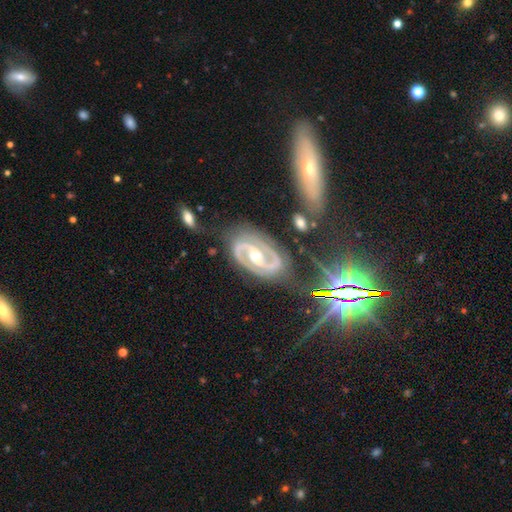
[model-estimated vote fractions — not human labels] Smooth or featured: featured or disk — 88% (star or artifact — 7%)
Edge-on disk: no — 96% (yes — 4%)
Bar: strong — 46% (weak — 31%)
Spiral arms: yes — 95% (no — 5%)
Spiral winding: medium — 48% (tight — 39%)
Spiral arm count: 2 — 91% (can't tell — 4%)
Bulge size: moderate — 66% (small — 30%)
Merging: none — 75% (minor disturbance — 16%)